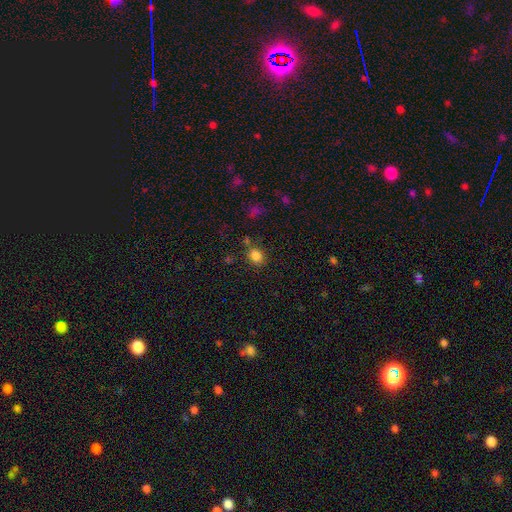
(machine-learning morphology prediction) Overall: smooth (83%). How rounded: round (65%; in between 34%). Merging: none (78%).